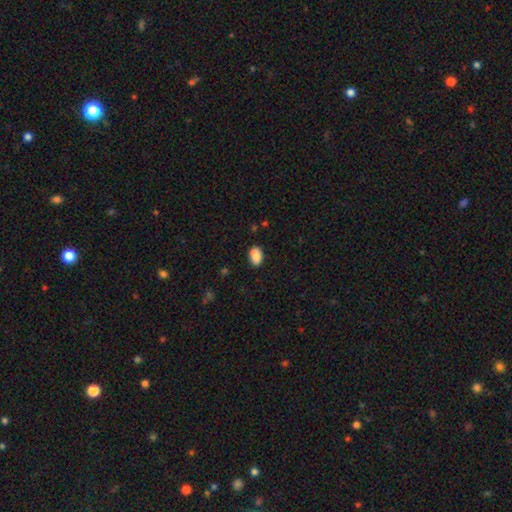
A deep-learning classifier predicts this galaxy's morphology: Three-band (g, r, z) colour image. It shows a smooth galaxy with no disk features (87%) that is in between round and cigar-shaped (89%). Merging: none (80%).